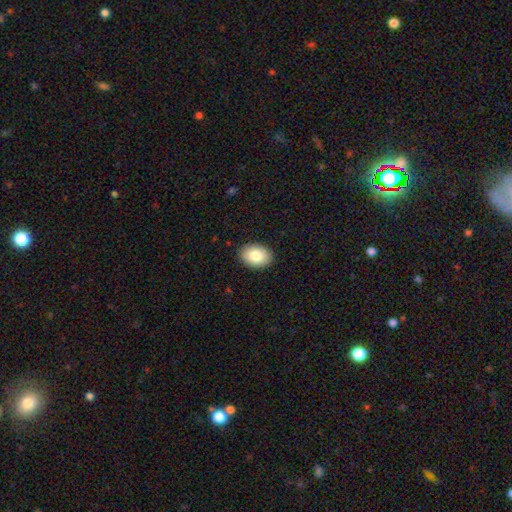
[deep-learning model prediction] Smooth or featured?
  - smooth: 84% *
  - featured or disk: 9%
  - star or artifact: 7%
How rounded?
  - in between: 82% *
  - round: 17%
  - cigar-shaped: 1%
Merging?
  - none: 90% *
  - minor disturbance: 7%
  - major disturbance: 2%
  - merger: 1%